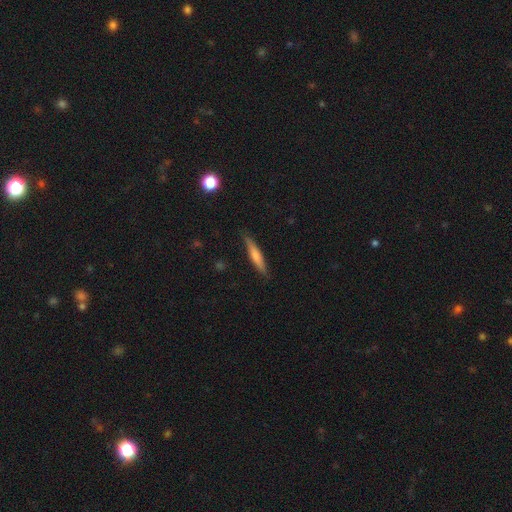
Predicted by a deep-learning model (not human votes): Smooth or featured?
  - smooth: 65% *
  - featured or disk: 29%
  - star or artifact: 6%
How rounded?
  - cigar-shaped: 90% *
  - in between: 9%
  - round: 1%
Merging?
  - none: 85% *
  - minor disturbance: 11%
  - major disturbance: 2%
  - merger: 1%